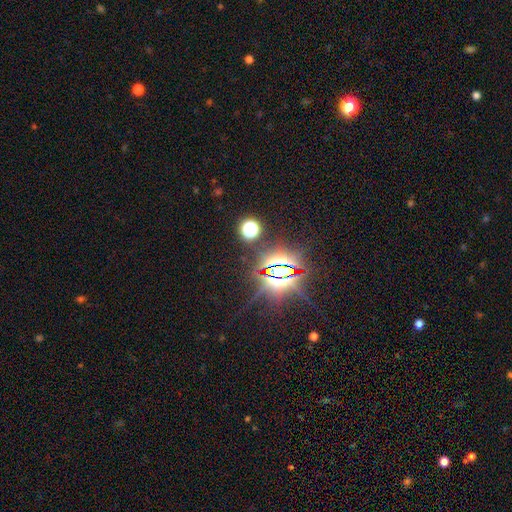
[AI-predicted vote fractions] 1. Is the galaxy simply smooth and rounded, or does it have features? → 84% star or artifact, 9% smooth, 7% featured or disk.